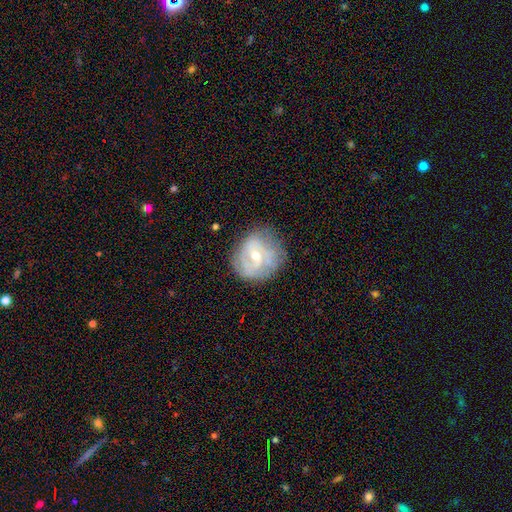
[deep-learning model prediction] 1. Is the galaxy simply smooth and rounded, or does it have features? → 64% featured or disk, 27% smooth, 9% star or artifact.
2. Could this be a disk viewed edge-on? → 97% no, 3% yes.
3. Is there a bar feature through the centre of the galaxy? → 48% no, 41% weak, 12% strong.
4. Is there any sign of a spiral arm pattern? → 66% yes, 34% no.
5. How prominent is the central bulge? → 48% moderate (tied), 48% small (tied), 2% large, 1% none, 1% dominant.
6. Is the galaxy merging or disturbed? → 64% none, 23% minor disturbance, 11% major disturbance, 2% merger.